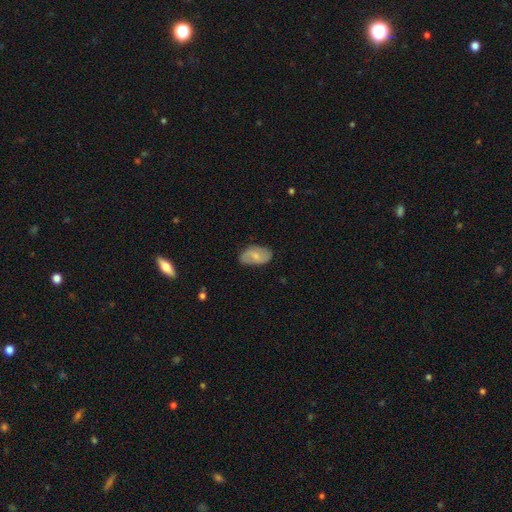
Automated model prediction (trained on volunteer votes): A smooth galaxy with no disk features (49%). Merging: none (76%).